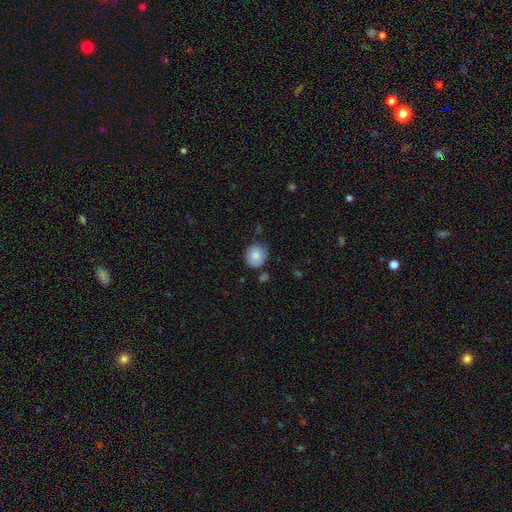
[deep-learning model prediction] Smooth or featured: smooth — 83% (featured or disk — 9%)
How rounded: round — 81% (in between — 18%)
Merging: none — 73% (minor disturbance — 20%)